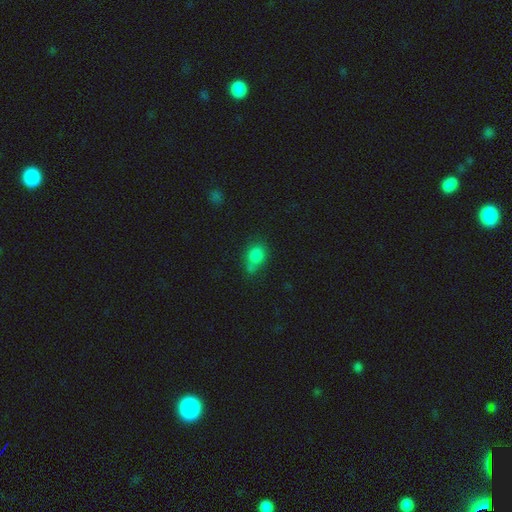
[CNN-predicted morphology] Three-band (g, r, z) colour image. It shows a smooth galaxy with no disk features (80%) that is in between round and cigar-shaped (63%). Merging: none (49%).